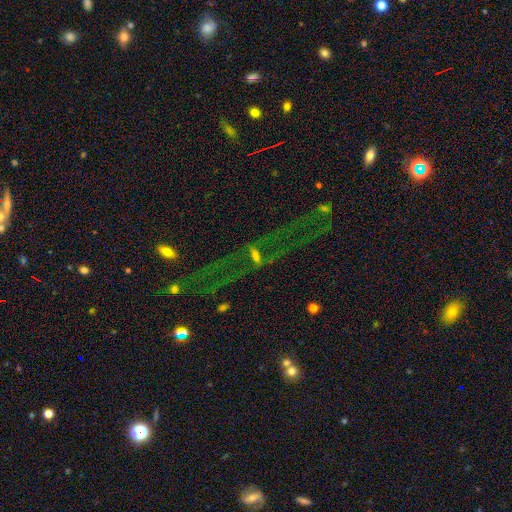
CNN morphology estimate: A smooth galaxy with no disk features (38%).

Vote fractions:
- Smooth or featured? smooth: 38% / star or artifact: 34% / featured or disk: 29%
- Merging? none: 63% / major disturbance: 16% / minor disturbance: 15% / merger: 6%